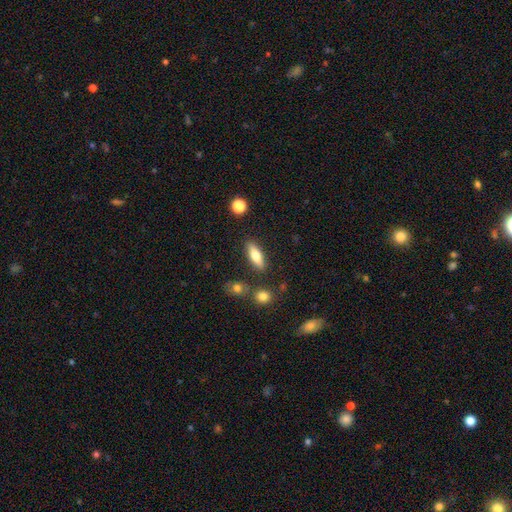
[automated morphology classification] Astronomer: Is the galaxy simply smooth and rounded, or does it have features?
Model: smooth — 70%.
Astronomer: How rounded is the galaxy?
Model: in between — 55% (runner-up: cigar-shaped, 41%).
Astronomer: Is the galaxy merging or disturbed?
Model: none — 83%.